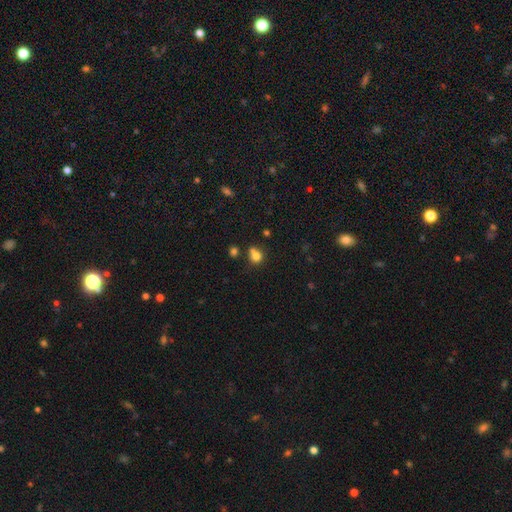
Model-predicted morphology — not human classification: smooth_or_featured: smooth (p=0.78) [alt: star or artifact p=0.13]
how_rounded: round (p=0.76) [alt: in between p=0.23]
merging: none (p=0.49) [alt: merger p=0.31]